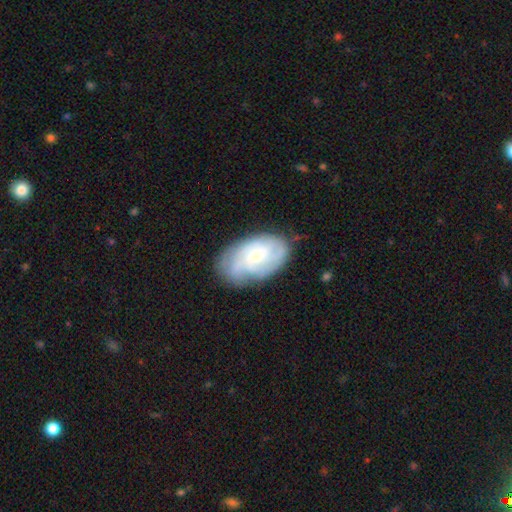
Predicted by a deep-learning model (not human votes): This is likely a featured or disk galaxy (68%). It is clearly not viewed edge-on (96%). Bar: likely no (68%). Spiral arm pattern: clearly yes (89%). Spiral arm count: marginally can't tell (41%). Spiral winding: possibly tight (59%). Central bulge: likely small (62%). Merging: likely none (72%).